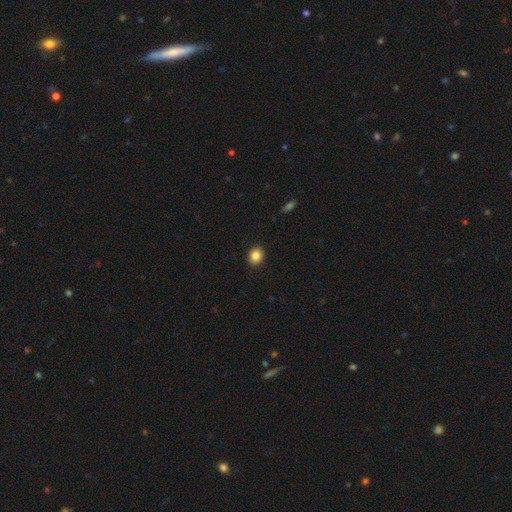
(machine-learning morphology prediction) Smooth or featured: smooth — 86% (star or artifact — 10%)
How rounded: round — 65% (in between — 34%)
Merging: none — 92% (minor disturbance — 6%)